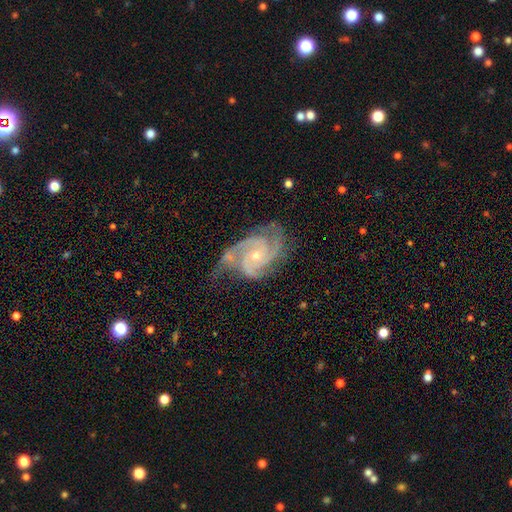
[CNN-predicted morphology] The model was most divided on "spiral winding": tight: 54%, medium: 41%, loose: 5%. More confident: spiral arms — yes (99%); edge-on disk — no (98%); smooth or featured — featured or disk (93%); bulge size — small (68%); bar — no (67%); spiral arm count — 3 (56%); merging — none (55%).